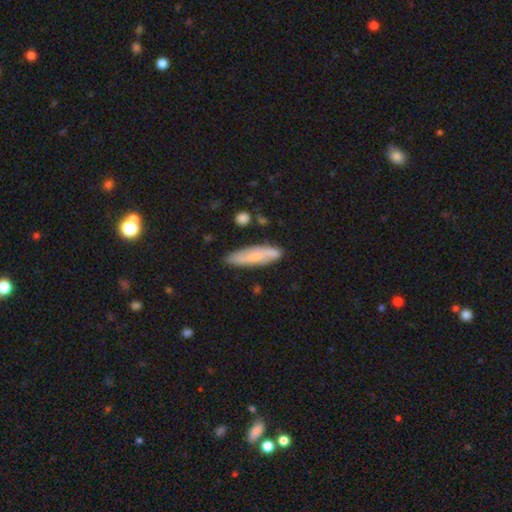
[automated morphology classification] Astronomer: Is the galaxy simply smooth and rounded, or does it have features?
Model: smooth — 59%.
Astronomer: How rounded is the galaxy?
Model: cigar-shaped — 72%.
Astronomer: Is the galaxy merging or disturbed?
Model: none — 77%.